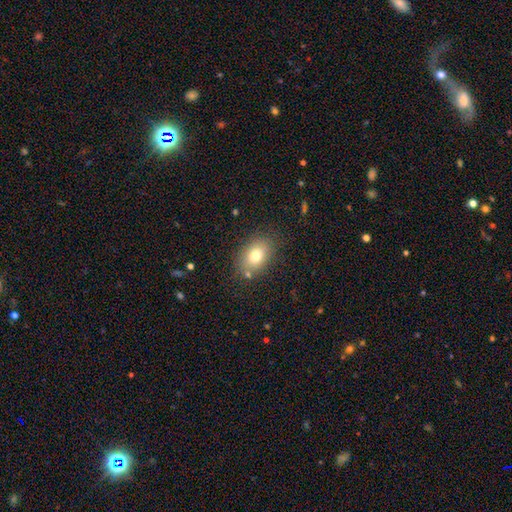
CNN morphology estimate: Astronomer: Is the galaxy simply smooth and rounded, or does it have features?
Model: smooth — 76%.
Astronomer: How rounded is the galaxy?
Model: in between — 79%.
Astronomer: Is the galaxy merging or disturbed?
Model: none — 81%.